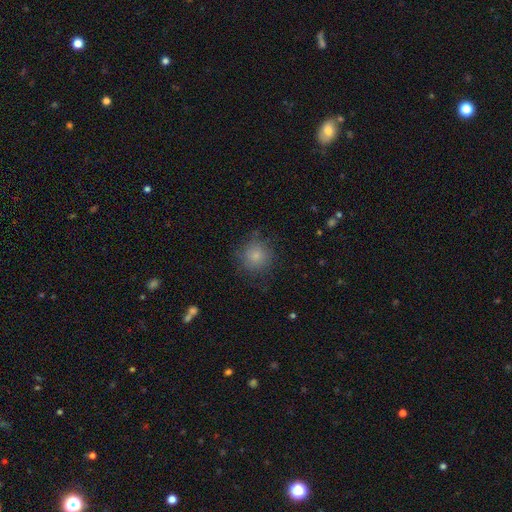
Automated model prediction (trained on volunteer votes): This appears to be a smooth galaxy with no disk features (82%) that is round (91%). Merging: none (78%).